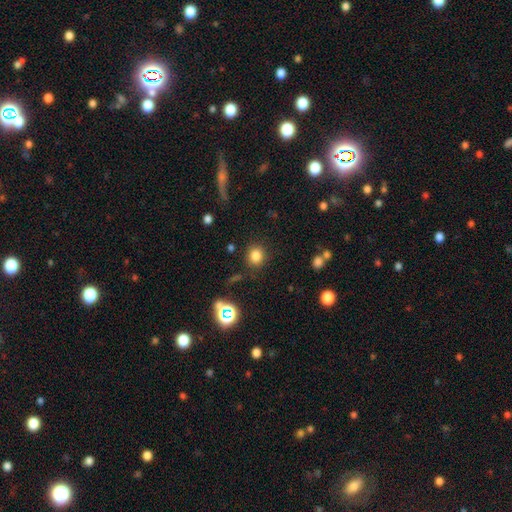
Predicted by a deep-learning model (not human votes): This appears to be a smooth galaxy with no disk features (79%) that is round (81%). Merging: none (84%).